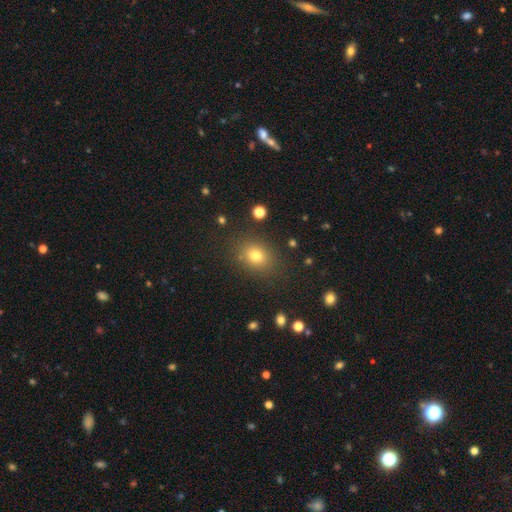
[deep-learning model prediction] Morphology: type=smooth (77%); roundness=round (52%); merging=none (84%).